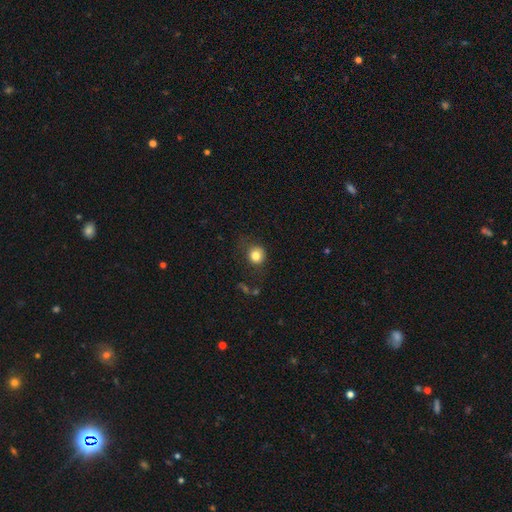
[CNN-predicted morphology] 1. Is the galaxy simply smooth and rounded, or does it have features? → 81% smooth, 12% star or artifact, 8% featured or disk.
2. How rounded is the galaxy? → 85% round, 14% in between, 1% cigar-shaped.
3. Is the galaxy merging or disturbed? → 71% none, 19% minor disturbance, 8% major disturbance, 2% merger.